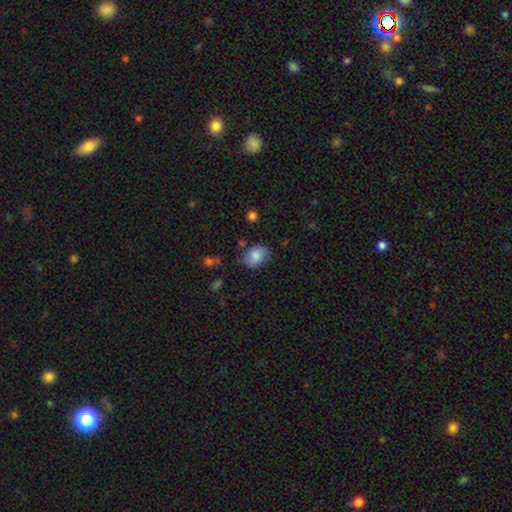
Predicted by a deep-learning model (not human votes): smooth-or-featured: smooth: 78% | featured or disk: 14% | star or artifact: 8%
  how-rounded: in between: 63% | round: 36% | cigar-shaped: 1%
  merging: none: 67% | minor disturbance: 23% | major disturbance: 6% | merger: 3%